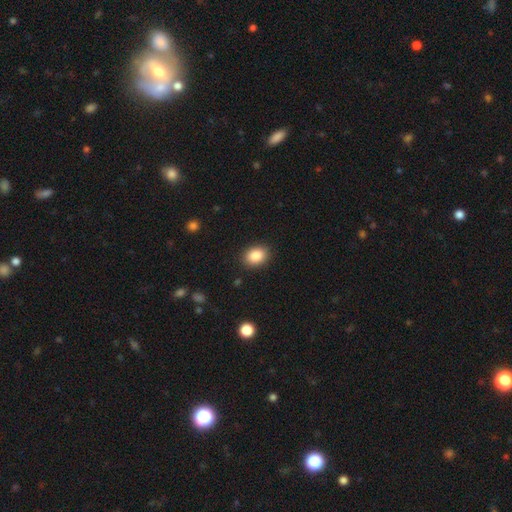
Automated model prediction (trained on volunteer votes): Smooth or featured? Predicted: smooth (p=0.87). How rounded? Predicted: in between (p=0.67). Merging? Predicted: none (p=0.88).